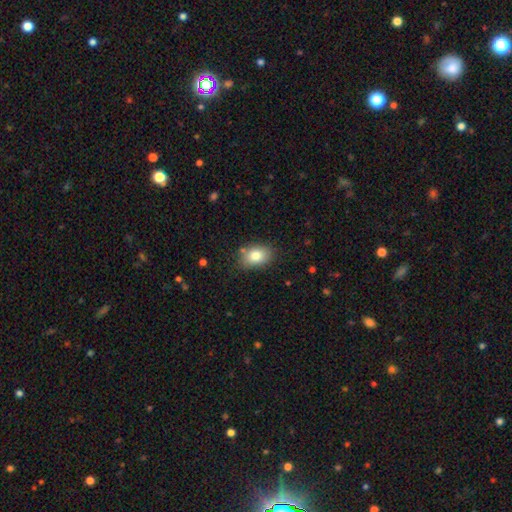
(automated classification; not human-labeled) This appears to be a smooth galaxy with no disk features (80%) that is in between round and cigar-shaped (79%). Merging: none (81%).